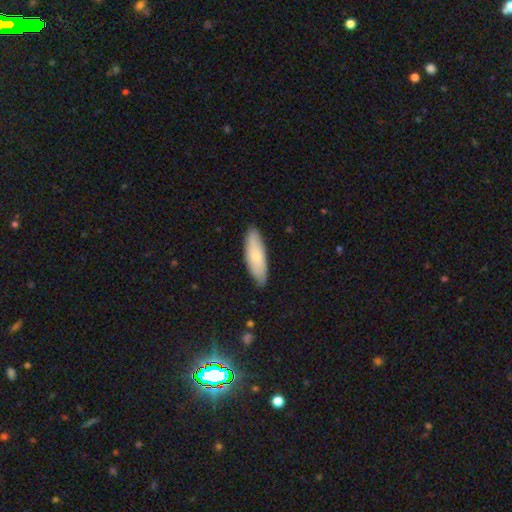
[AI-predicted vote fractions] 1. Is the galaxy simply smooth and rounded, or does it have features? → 68% smooth, 25% featured or disk, 7% star or artifact.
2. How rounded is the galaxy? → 49% cigar-shaped (tied), 49% in between (tied), 2% round.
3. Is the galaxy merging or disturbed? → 85% none, 12% minor disturbance, 2% major disturbance, 1% merger.